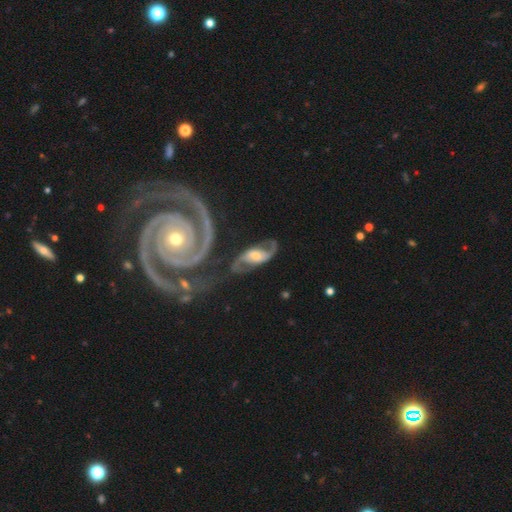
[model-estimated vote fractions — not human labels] A featured or disk galaxy (85%) with a weak bar (42%), 2 (91%) medium (45%) spiral arms (95%) and a moderate central bulge (51%).

Vote fractions:
- Smooth or featured? featured or disk: 85% / smooth: 10% / star or artifact: 5%
- Edge-on disk? no: 95% / yes: 5%
- Bar? weak: 42% / no: 35% / strong: 24%
- Spiral arms? yes: 95% / no: 5%
- Spiral winding? medium: 45% / loose: 39% / tight: 16%
- Spiral arm count? 2: 91% / can't tell: 4% / 1: 2% / 3: 1% / 4: 1% / more than 4: 1%
- Bulge size? moderate: 51% / small: 34% / large: 10% / none: 4% / dominant: 2%
- Merging? none: 66% / minor disturbance: 17% / major disturbance: 11% / merger: 6%